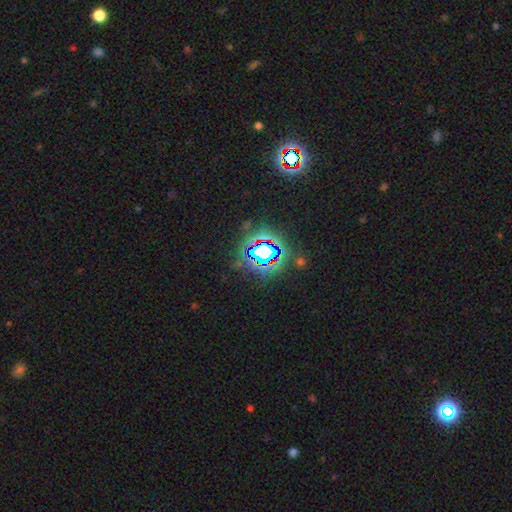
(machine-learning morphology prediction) This is clearly a star or artifact rather than a galaxy (82%).